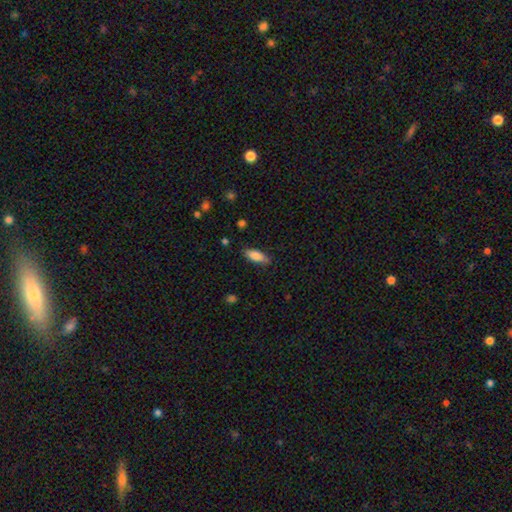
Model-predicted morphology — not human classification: smooth_or_featured: smooth (p=0.84) [alt: featured or disk p=0.09]
how_rounded: in between (p=0.75) [alt: cigar-shaped p=0.23]
merging: none (p=0.81) [alt: minor disturbance p=0.14]